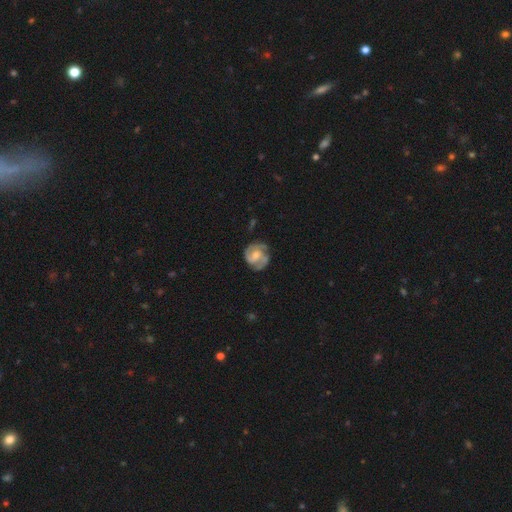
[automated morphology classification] Smooth or featured?
  - featured or disk: 82% *
  - smooth: 13%
  - star or artifact: 5%
Edge-on disk?
  - no: 98% *
  - yes: 2%
Bar?
  - no: 47% *
  - weak: 42%
  - strong: 11%
Spiral arms?
  - yes: 96% *
  - no: 4%
Spiral winding?
  - medium: 46% *
  - tight: 42%
  - loose: 12%
Spiral arm count?
  - 2: 49% *
  - 3: 31%
  - can't tell: 10%
  - 4: 4%
  - 1: 3%
  - more than 4: 3%
Bulge size?
  - moderate: 57% *
  - small: 32%
  - large: 5%
  - none: 5%
  - dominant: 1%
Merging?
  - none: 71% *
  - minor disturbance: 20%
  - major disturbance: 8%
  - merger: 2%